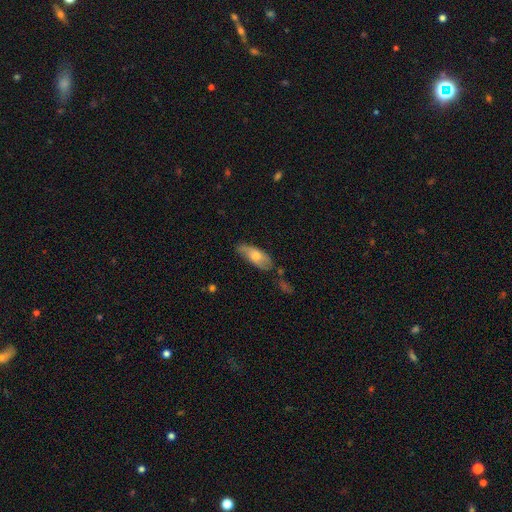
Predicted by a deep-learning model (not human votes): Smooth or featured? smooth (63%)
How rounded? in between (77%)
Merging? none (63%)